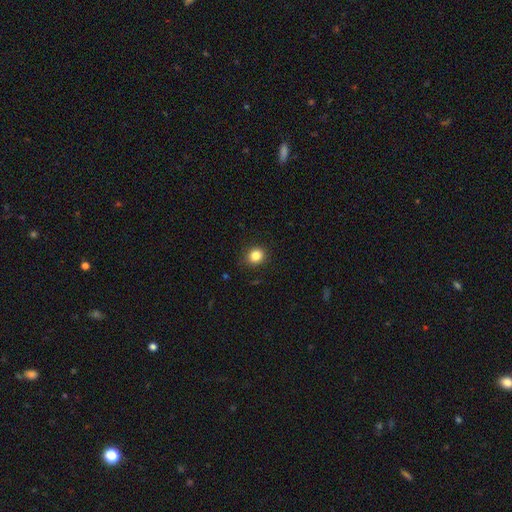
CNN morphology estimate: Q: Smooth or featured?
A: smooth (84%); runner-up: star or artifact (11%)
Q: How rounded?
A: round (84%); runner-up: in between (15%)
Q: Merging?
A: none (89%); runner-up: minor disturbance (8%)